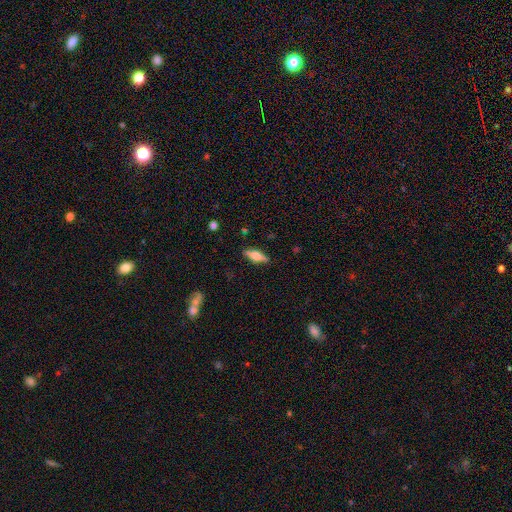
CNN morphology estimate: smooth-or-featured: featured or disk: 51% | smooth: 42% | star or artifact: 7%
  disk-edge-on: yes: 93% | no: 7%
  merging: none: 87% | minor disturbance: 10% | major disturbance: 2% | merger: 1%